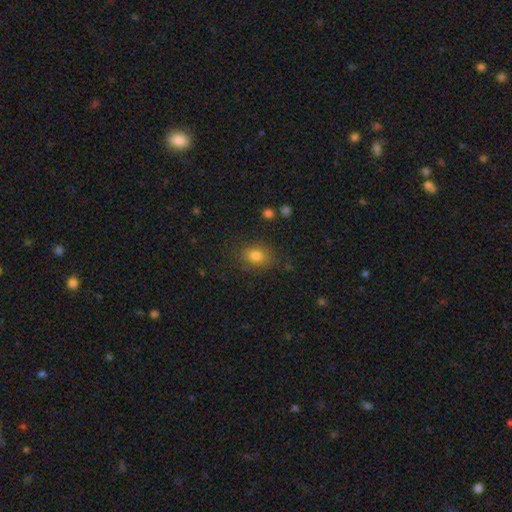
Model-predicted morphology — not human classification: This is clearly a smooth galaxy (81%). How rounded: possibly in between (59%). Merging: likely none (78%).